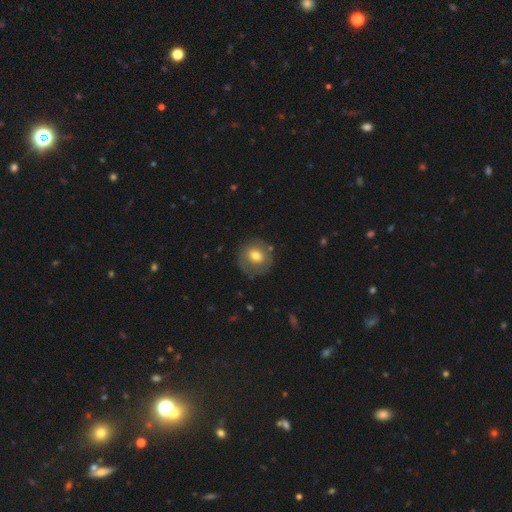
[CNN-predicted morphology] A smooth galaxy with no disk features (68%) that is round (87%). Merging: none (78%).